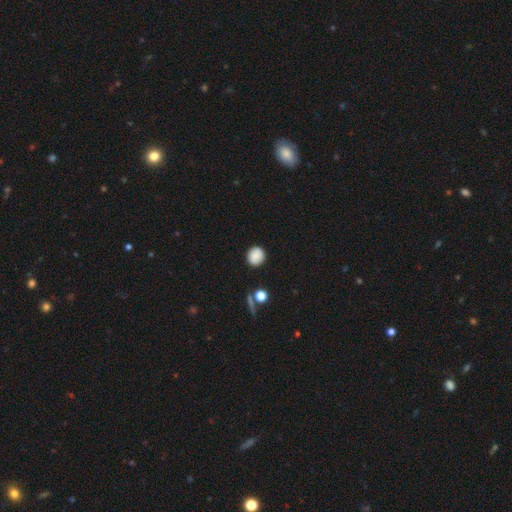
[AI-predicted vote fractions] The model was most divided on "smooth or featured": smooth: 85%, star or artifact: 9%, featured or disk: 5%. More confident: how rounded — round (89%); merging — none (88%).